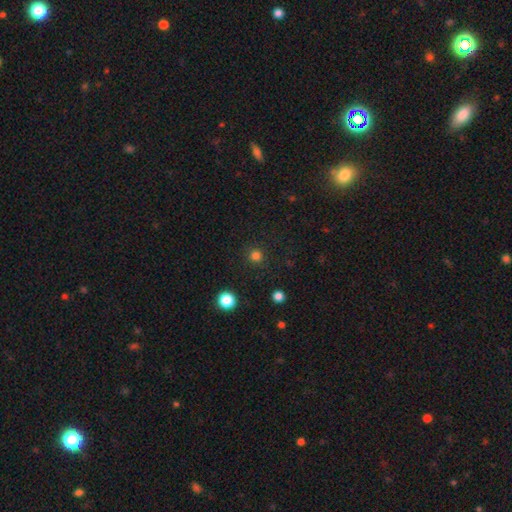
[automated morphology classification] type=smooth (80%); roundness=round (94%); merging=none (90%).